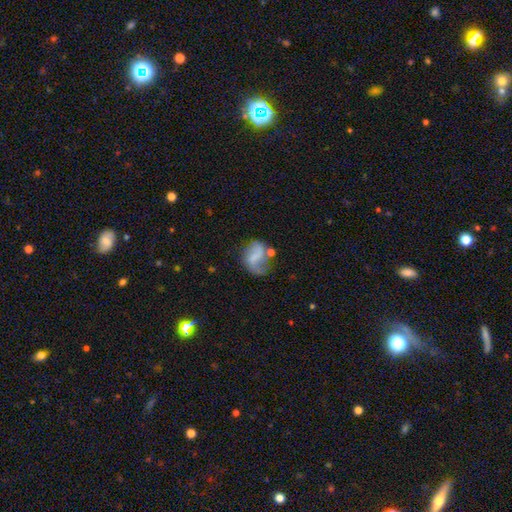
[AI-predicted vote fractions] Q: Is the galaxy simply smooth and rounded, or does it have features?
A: featured or disk — 51%.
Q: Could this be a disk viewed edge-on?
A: no — 97%.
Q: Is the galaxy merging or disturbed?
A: none — 38%.